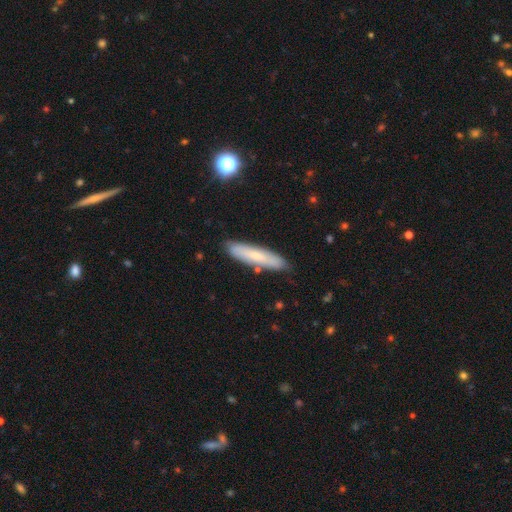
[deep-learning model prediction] Smooth or featured? Predicted: smooth (p=0.64). How rounded? Predicted: cigar-shaped (p=0.85). Merging? Predicted: none (p=0.86).